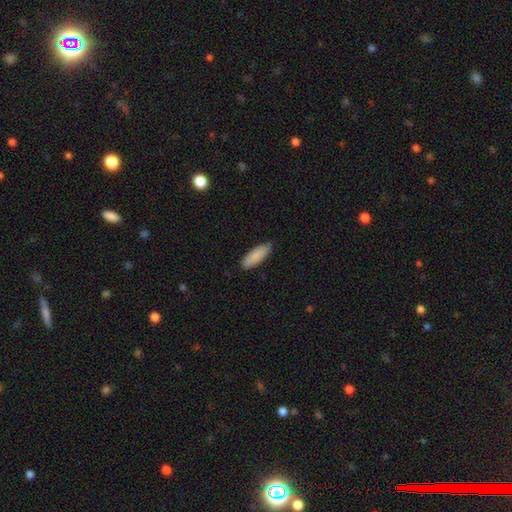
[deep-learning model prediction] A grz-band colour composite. It shows a smooth galaxy with no disk features (87%) that is in between round and cigar-shaped (64%). Merging: none (84%).